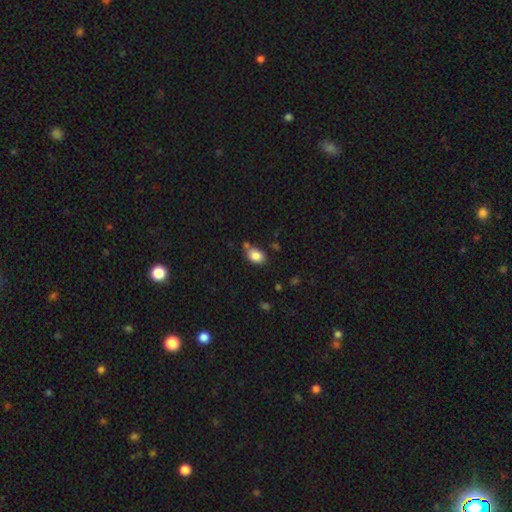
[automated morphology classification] Smooth or featured? smooth (85%)
How rounded? in between (70%)
Merging? none (61%)